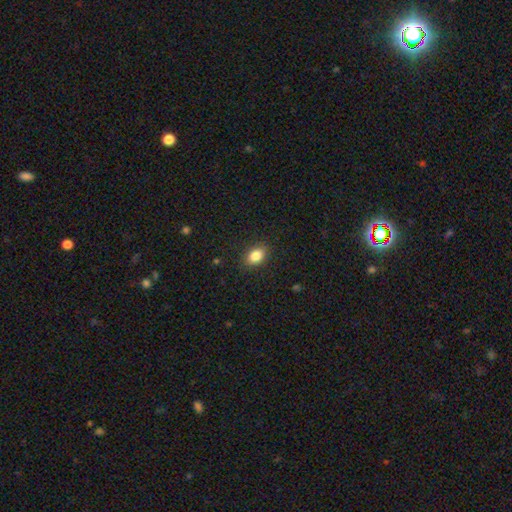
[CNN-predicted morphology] This appears to be a smooth galaxy with no disk features (85%) that is in between round and cigar-shaped (80%). Merging: none (88%).